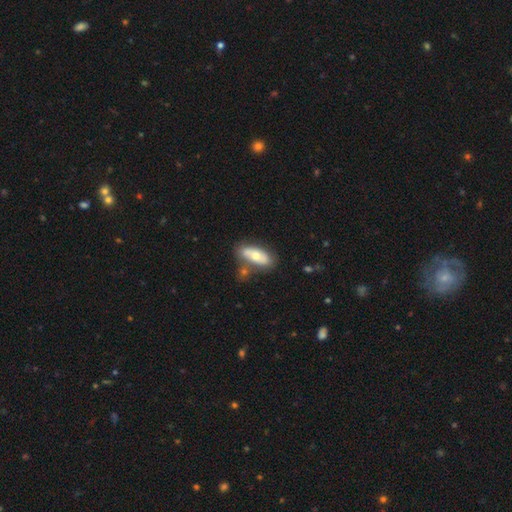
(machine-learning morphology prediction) Q: Smooth or featured?
A: smooth (59%); runner-up: featured or disk (35%)
Q: How rounded?
A: in between (76%); runner-up: cigar-shaped (20%)
Q: Merging?
A: none (65%); runner-up: minor disturbance (16%)